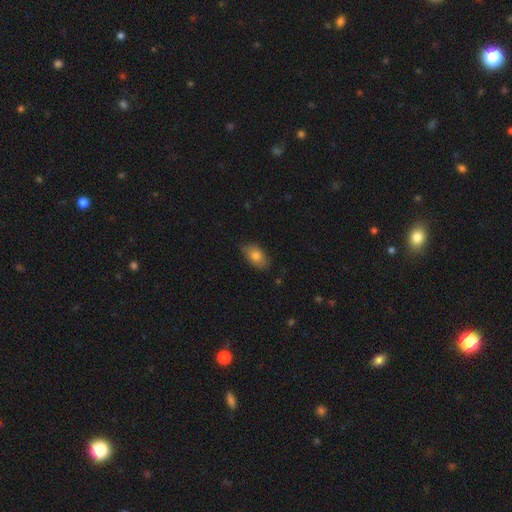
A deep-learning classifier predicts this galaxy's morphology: smooth-or-featured: smooth: 78% | featured or disk: 14% | star or artifact: 8%
  how-rounded: in between: 89% | round: 8% | cigar-shaped: 2%
  merging: none: 77% | minor disturbance: 19% | major disturbance: 3% | merger: 1%